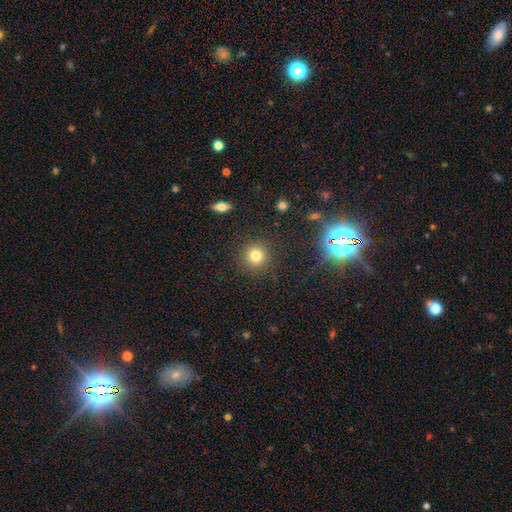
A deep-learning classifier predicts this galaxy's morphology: The model was most divided on "smooth or featured": smooth: 78%, star or artifact: 15%, featured or disk: 7%. More confident: how rounded — round (93%); merging — none (90%).